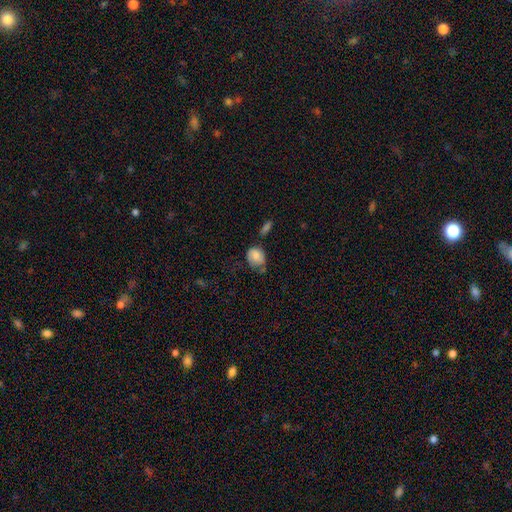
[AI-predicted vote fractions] A smooth galaxy with no disk features (79%) that is round (54%). Merging: none (47%).